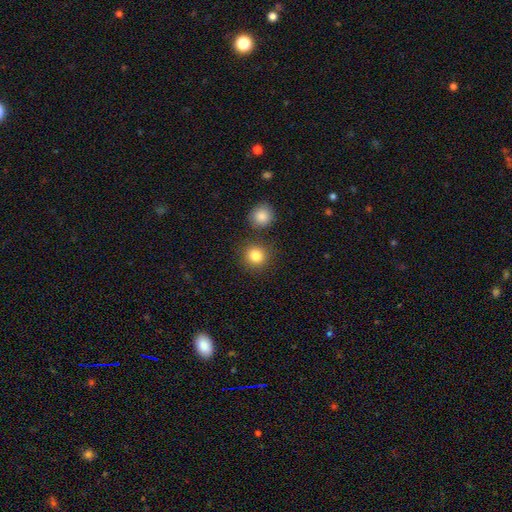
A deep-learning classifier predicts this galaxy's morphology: Q: Smooth or featured?
A: smooth (84%); runner-up: star or artifact (11%)
Q: How rounded?
A: round (90%); runner-up: in between (9%)
Q: Merging?
A: none (80%); runner-up: merger (9%)